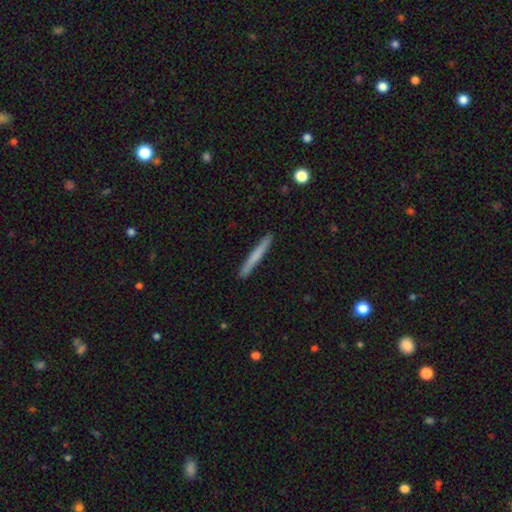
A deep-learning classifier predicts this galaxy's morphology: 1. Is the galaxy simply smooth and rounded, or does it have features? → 66% smooth, 28% featured or disk, 6% star or artifact.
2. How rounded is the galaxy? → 97% cigar-shaped, 2% in between, 1% round.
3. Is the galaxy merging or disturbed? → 92% none, 6% minor disturbance, 1% major disturbance, 1% merger.